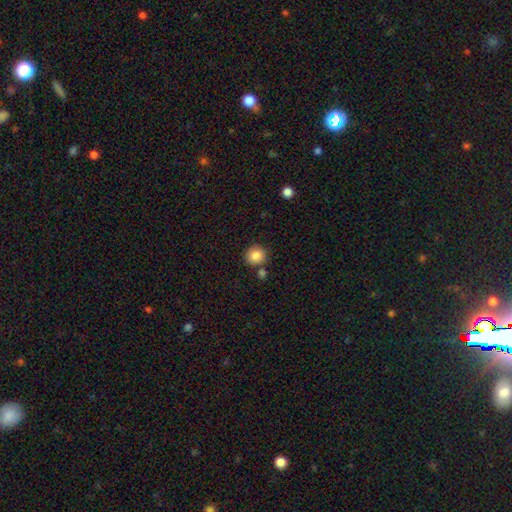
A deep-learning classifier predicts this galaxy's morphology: type=smooth (85%); roundness=round (91%); merging=none (78%).